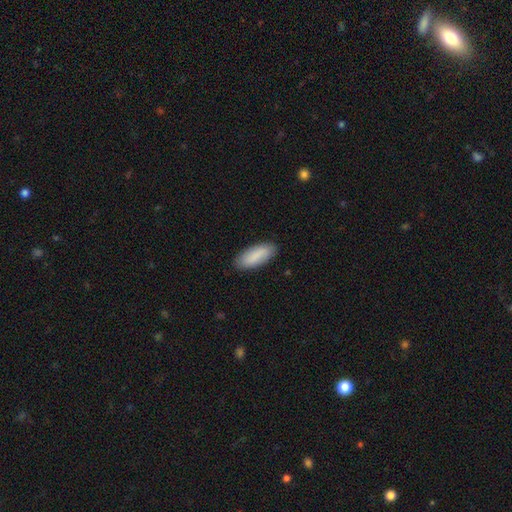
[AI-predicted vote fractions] smooth-or-featured: smooth: 86% | featured or disk: 9% | star or artifact: 5%
  how-rounded: in between: 76% | cigar-shaped: 22% | round: 2%
  merging: none: 87% | minor disturbance: 10% | major disturbance: 2% | merger: 1%